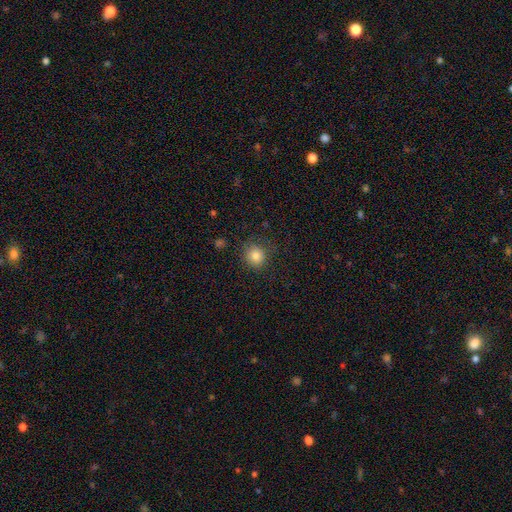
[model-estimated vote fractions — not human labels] Smooth or featured?
  - smooth: 82% *
  - star or artifact: 11%
  - featured or disk: 7%
How rounded?
  - round: 87% *
  - in between: 12%
  - cigar-shaped: 1%
Merging?
  - none: 83% *
  - minor disturbance: 12%
  - major disturbance: 4%
  - merger: 1%